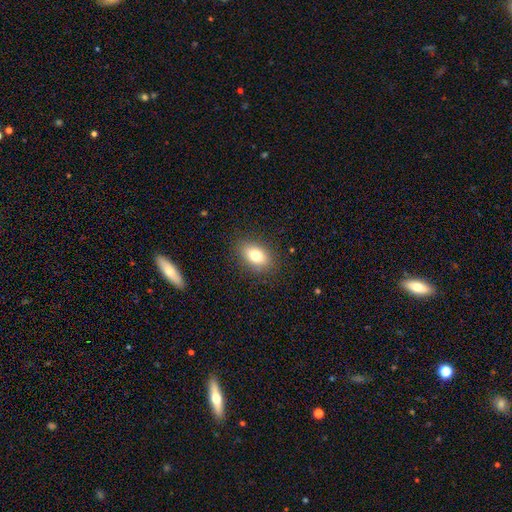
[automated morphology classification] Overall: smooth (79%). How rounded: in between (86%). Merging: none (86%).